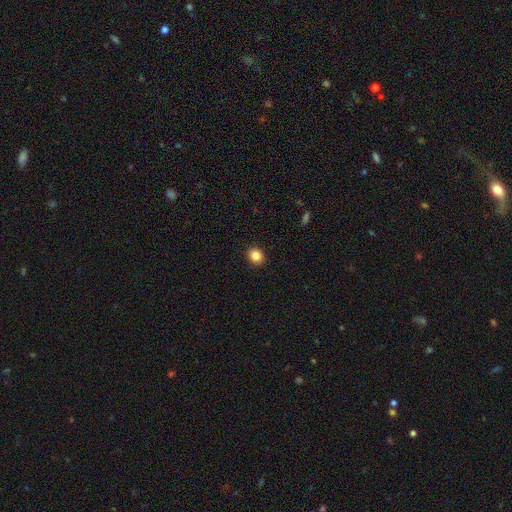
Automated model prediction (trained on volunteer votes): The model was most divided on "how rounded": round: 71%, in between: 29%, cigar-shaped: 1%. More confident: merging — none (92%); smooth or featured — smooth (85%).